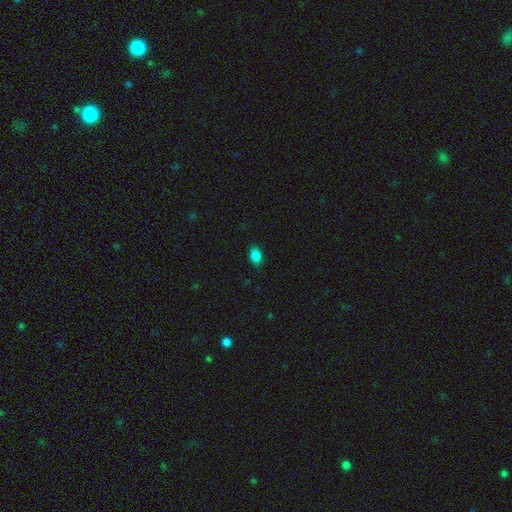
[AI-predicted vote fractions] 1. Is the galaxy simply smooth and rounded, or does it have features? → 85% smooth, 10% star or artifact, 5% featured or disk.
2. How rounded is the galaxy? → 86% in between, 12% round, 2% cigar-shaped.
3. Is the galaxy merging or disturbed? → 84% none, 12% minor disturbance, 3% major disturbance, 1% merger.